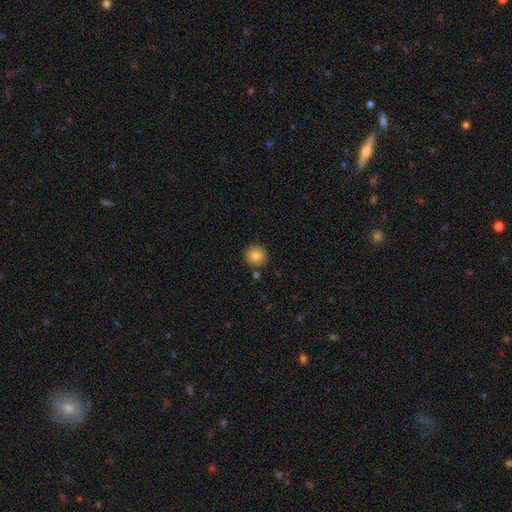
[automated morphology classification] smooth-or-featured: smooth: 81% | featured or disk: 10% | star or artifact: 9%
  how-rounded: round: 92% | in between: 7% | cigar-shaped: 1%
  merging: none: 84% | minor disturbance: 9% | merger: 5% | major disturbance: 2%